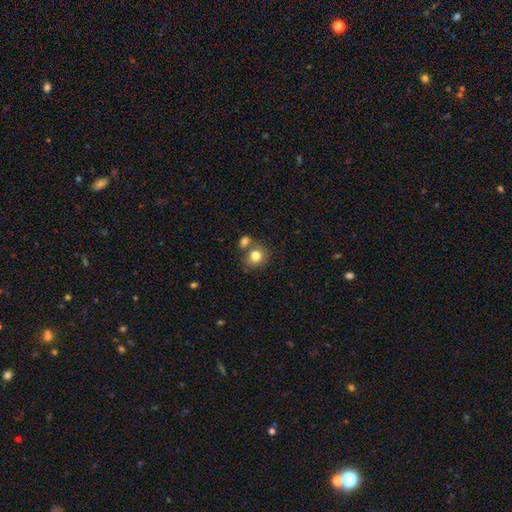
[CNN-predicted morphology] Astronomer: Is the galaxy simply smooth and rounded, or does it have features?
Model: smooth — 80%.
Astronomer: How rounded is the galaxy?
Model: round — 74%.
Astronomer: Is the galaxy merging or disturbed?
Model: none — 56%.